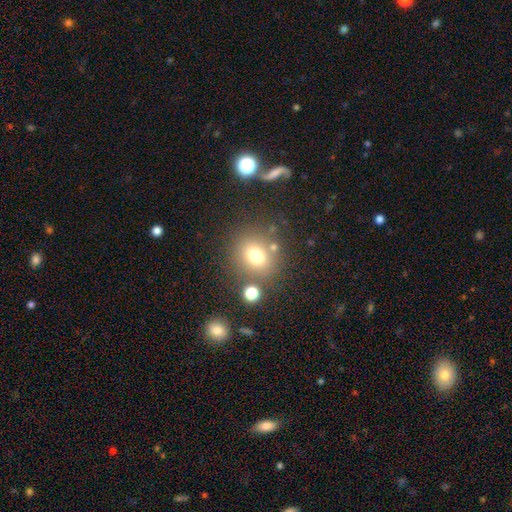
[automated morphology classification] smooth 72%, star or artifact 16%, featured or disk 12%. Down the decision tree: how rounded — round (73%); merging — none (73%).